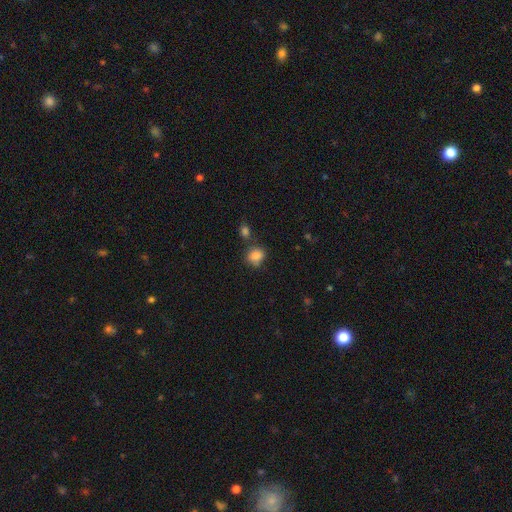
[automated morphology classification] The model was most divided on "how rounded": round: 64%, in between: 35%, cigar-shaped: 1%. More confident: smooth or featured — smooth (83%); merging — none (63%).